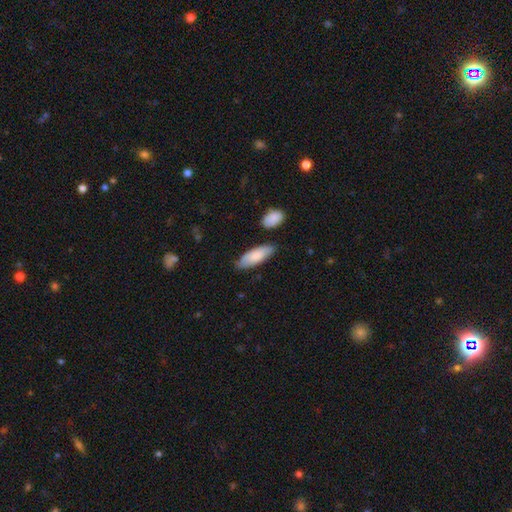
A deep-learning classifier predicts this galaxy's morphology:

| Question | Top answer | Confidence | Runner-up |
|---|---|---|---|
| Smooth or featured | smooth | 76% | featured or disk (18%) |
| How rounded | in between | 72% | cigar-shaped (26%) |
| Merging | none | 75% | minor disturbance (18%) |